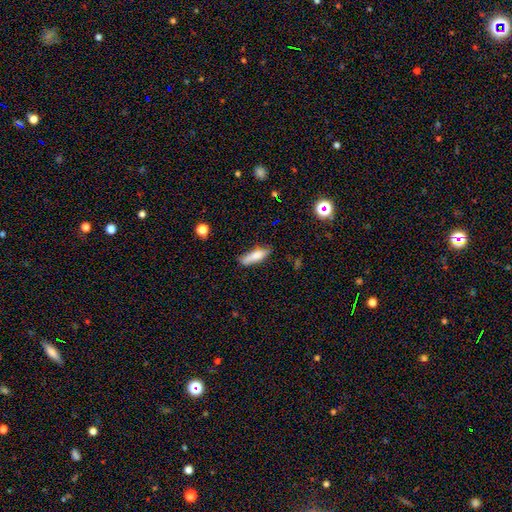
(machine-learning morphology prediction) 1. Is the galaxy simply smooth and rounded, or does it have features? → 79% smooth, 14% featured or disk, 7% star or artifact.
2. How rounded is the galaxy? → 54% cigar-shaped, 44% in between, 2% round.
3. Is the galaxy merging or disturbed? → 71% none, 22% minor disturbance, 5% major disturbance, 3% merger.